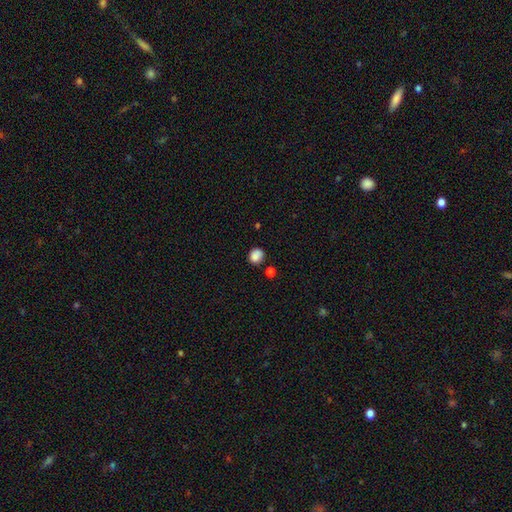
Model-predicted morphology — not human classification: A smooth galaxy with no disk features (85%) that is round (76%). Merging: none (74%).